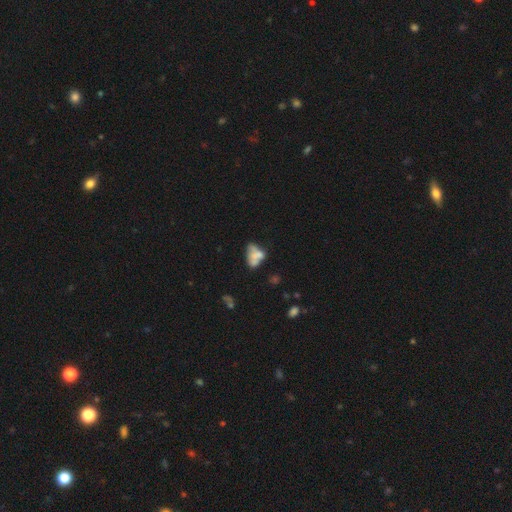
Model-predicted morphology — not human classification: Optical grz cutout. It shows a smooth galaxy with no disk features (57%) that is in between round and cigar-shaped (85%). Merging: merger (34%).